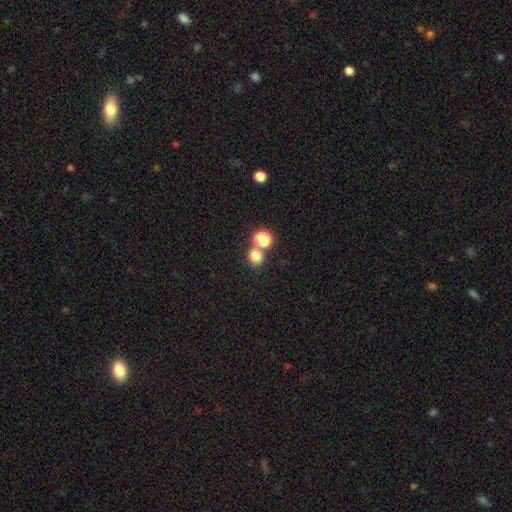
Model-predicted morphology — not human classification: Q: Smooth or featured?
A: smooth (78%); runner-up: star or artifact (16%)
Q: How rounded?
A: round (78%); runner-up: in between (21%)
Q: Merging?
A: none (57%); runner-up: merger (33%)